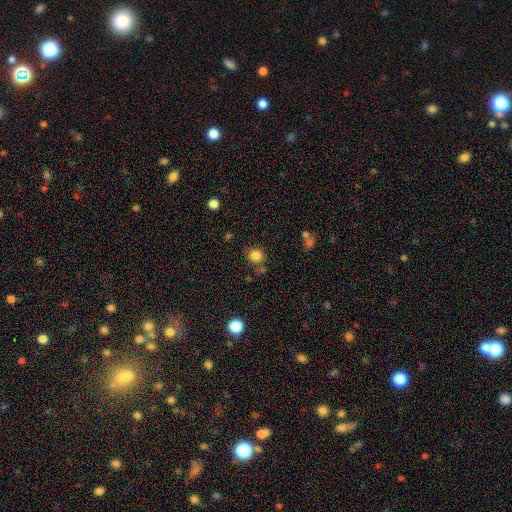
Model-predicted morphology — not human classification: type=smooth (83%); roundness=round (90%); merging=none (78%).